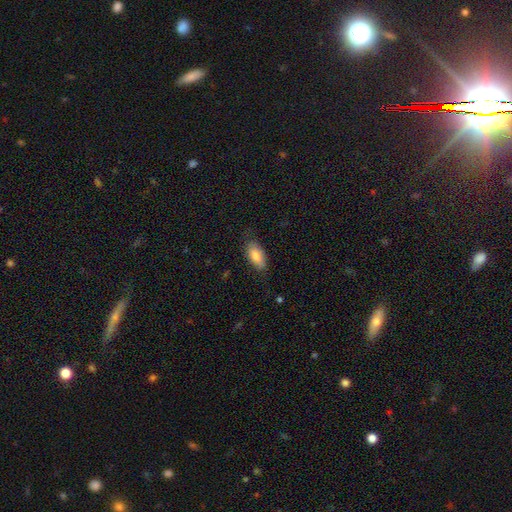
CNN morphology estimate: Smooth or featured: smooth — 81% (featured or disk — 13%)
How rounded: in between — 90% (cigar-shaped — 8%)
Merging: none — 69% (minor disturbance — 24%)